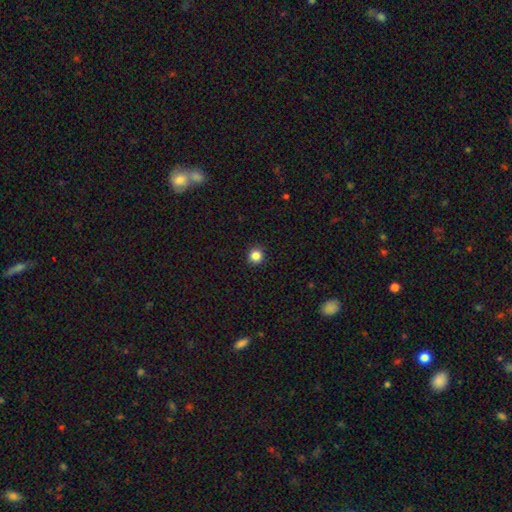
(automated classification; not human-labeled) Smooth or featured? smooth (85%)
How rounded? round (93%)
Merging? none (93%)